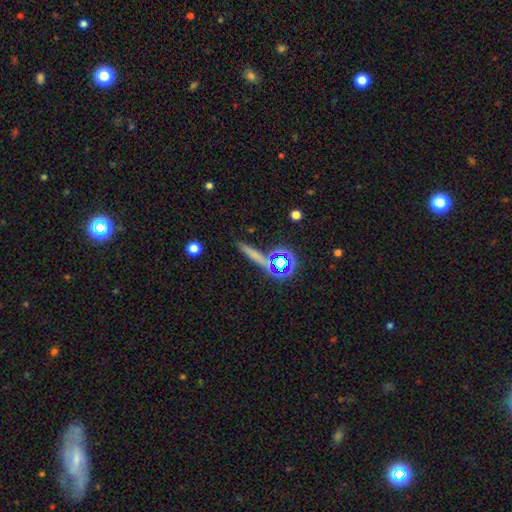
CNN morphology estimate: type=smooth (54%); roundness=cigar-shaped (78%); merging=none (75%).